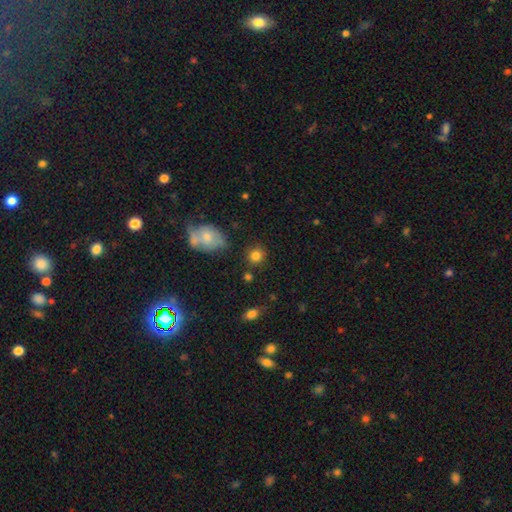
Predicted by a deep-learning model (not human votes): This appears to be a smooth galaxy with no disk features (82%) that is round (86%). Merging: none (80%).